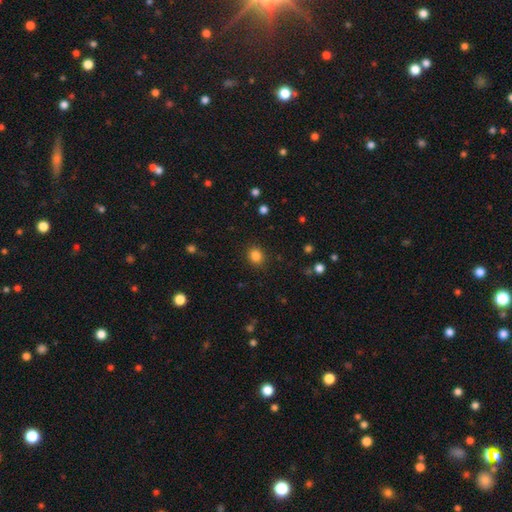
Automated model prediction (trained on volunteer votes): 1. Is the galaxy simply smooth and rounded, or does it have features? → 84% smooth, 12% star or artifact, 4% featured or disk.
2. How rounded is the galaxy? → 80% round, 19% in between, 1% cigar-shaped.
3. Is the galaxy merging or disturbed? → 90% none, 7% minor disturbance, 3% major disturbance, 1% merger.